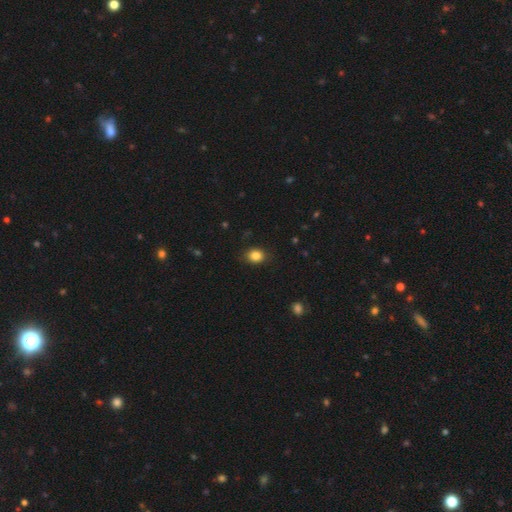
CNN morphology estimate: Smooth or featured: smooth — 85% (star or artifact — 10%)
How rounded: round — 54% (in between — 45%)
Merging: none — 85% (minor disturbance — 11%)